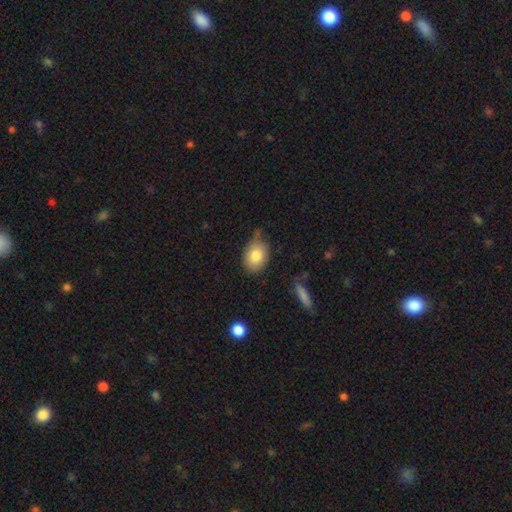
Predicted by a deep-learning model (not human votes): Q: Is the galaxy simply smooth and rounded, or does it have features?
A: smooth — 80%.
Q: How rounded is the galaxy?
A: in between — 68%.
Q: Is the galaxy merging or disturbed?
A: none — 59%.